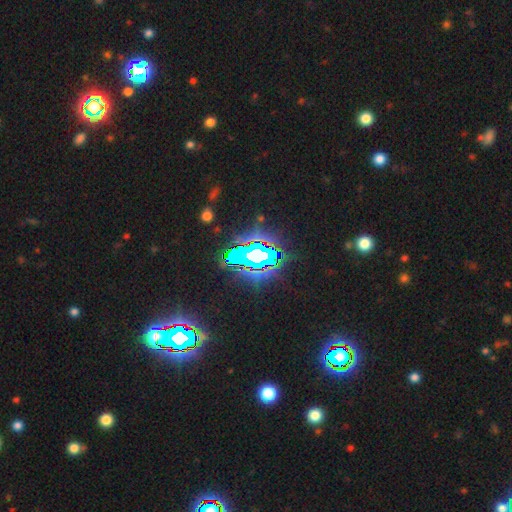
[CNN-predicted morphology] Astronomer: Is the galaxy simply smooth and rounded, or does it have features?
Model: star or artifact — 70%.